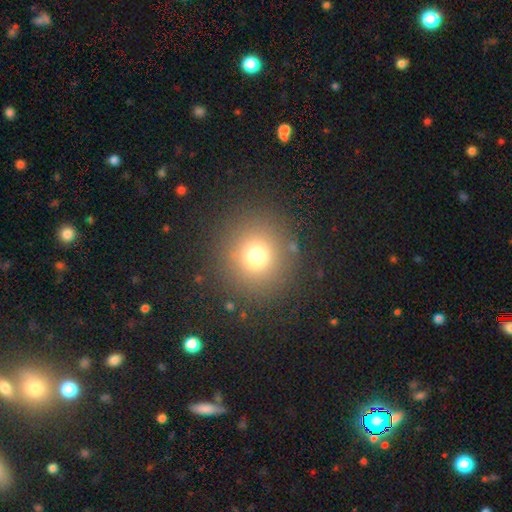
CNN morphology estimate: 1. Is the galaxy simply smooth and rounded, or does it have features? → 72% smooth, 19% star or artifact, 9% featured or disk.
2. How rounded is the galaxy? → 93% round, 6% in between, 1% cigar-shaped.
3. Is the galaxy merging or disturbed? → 87% none, 7% minor disturbance, 4% major disturbance, 2% merger.